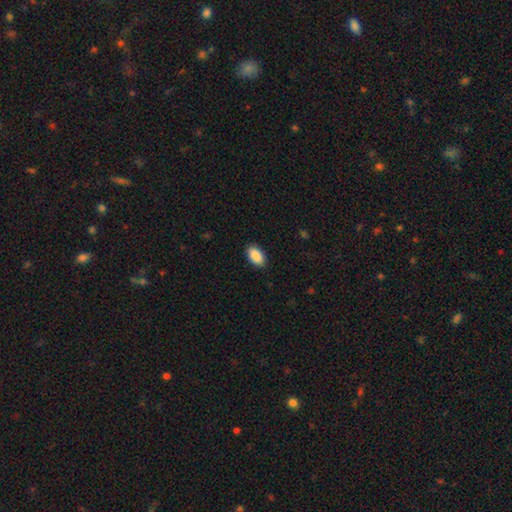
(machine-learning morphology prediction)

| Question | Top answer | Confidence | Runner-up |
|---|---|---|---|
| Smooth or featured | smooth | 90% | star or artifact (6%) |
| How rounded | in between | 94% | round (5%) |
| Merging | none | 89% | minor disturbance (8%) |